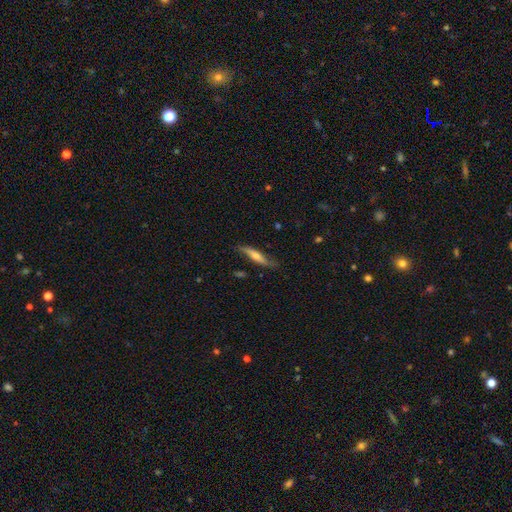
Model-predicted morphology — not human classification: A featured or disk galaxy (56%) viewed edge-on (78%).

Vote fractions:
- Smooth or featured? featured or disk: 56% / smooth: 38% / star or artifact: 6%
- Edge-on disk? yes: 78% / no: 22%
- Merging? none: 73% / minor disturbance: 20% / major disturbance: 5% / merger: 2%